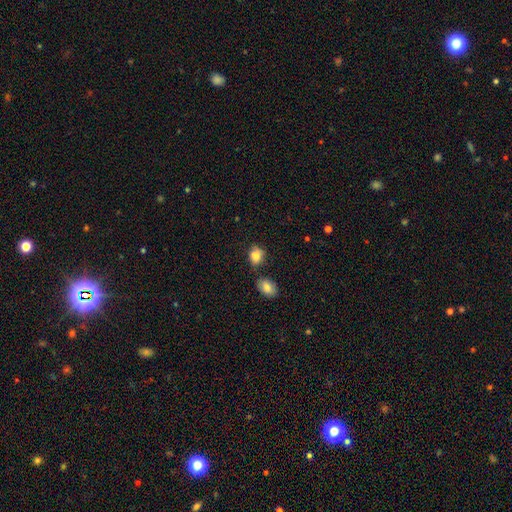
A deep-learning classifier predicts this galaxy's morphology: smooth 82%, star or artifact 10%, featured or disk 8%. Down the decision tree: how rounded — in between (55%); merging — none (60%).